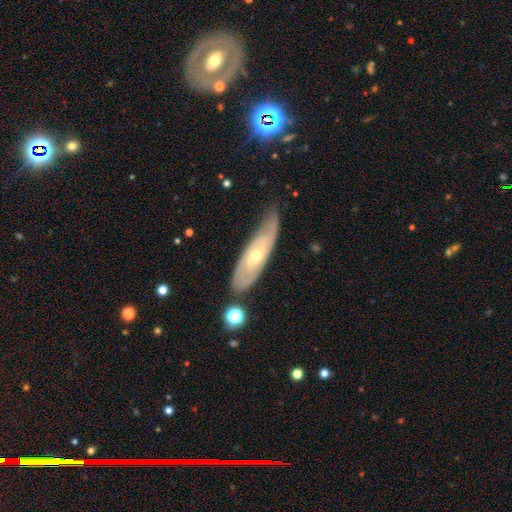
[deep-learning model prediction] smooth-or-featured: featured or disk: 66% | smooth: 28% | star or artifact: 6%
  disk-edge-on: no: 72% | yes: 28%
  merging: none: 64% | minor disturbance: 26% | major disturbance: 7% | merger: 3%